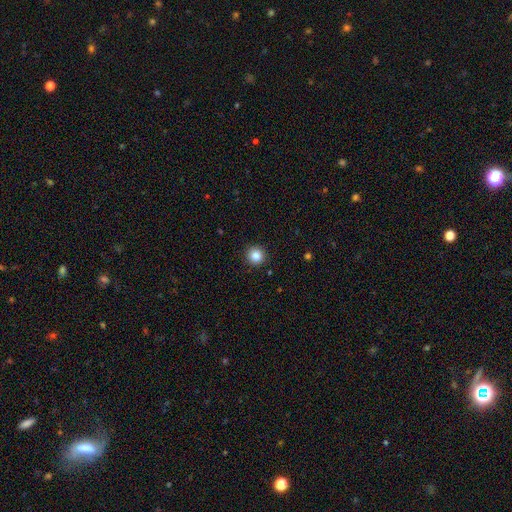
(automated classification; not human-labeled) Smooth or featured?
  - smooth: 84% *
  - star or artifact: 11%
  - featured or disk: 5%
How rounded?
  - round: 95% *
  - in between: 4%
  - cigar-shaped: 1%
Merging?
  - none: 93% *
  - minor disturbance: 4%
  - major disturbance: 2%
  - merger: 1%